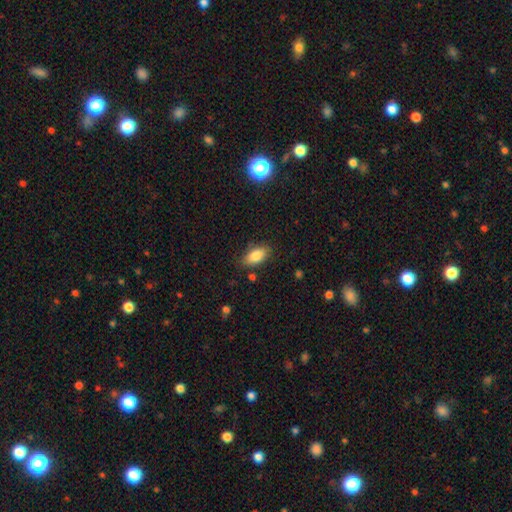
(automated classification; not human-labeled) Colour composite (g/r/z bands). It shows a smooth galaxy with no disk features (84%) that is in between round and cigar-shaped (91%). Merging: none (81%).